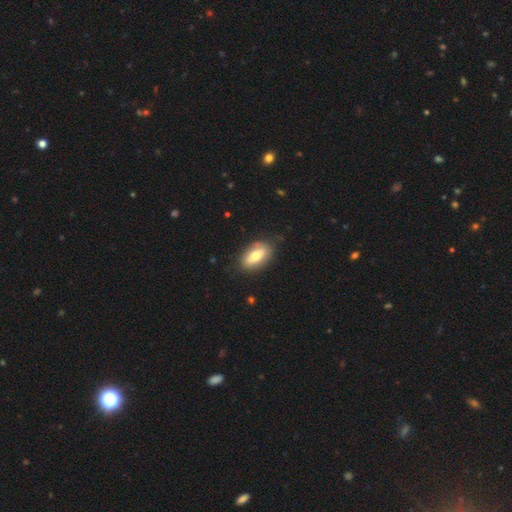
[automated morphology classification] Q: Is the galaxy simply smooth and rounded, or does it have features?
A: smooth — 68%.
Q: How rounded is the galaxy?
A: in between — 90%.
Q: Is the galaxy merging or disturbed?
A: none — 80%.